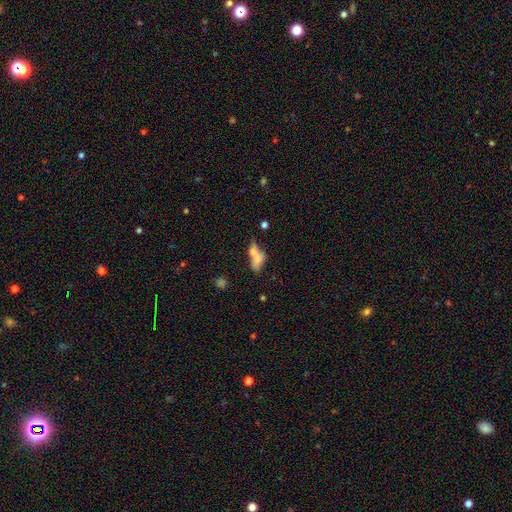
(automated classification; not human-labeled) A smooth galaxy with no disk features (62%) that is in between round and cigar-shaped (67%).

Vote fractions:
- Smooth or featured? smooth: 62% / featured or disk: 27% / star or artifact: 11%
- How rounded? in between: 67% / cigar-shaped: 25% / round: 8%
- Merging? merger: 48% / none: 26% / minor disturbance: 13% / major disturbance: 13%